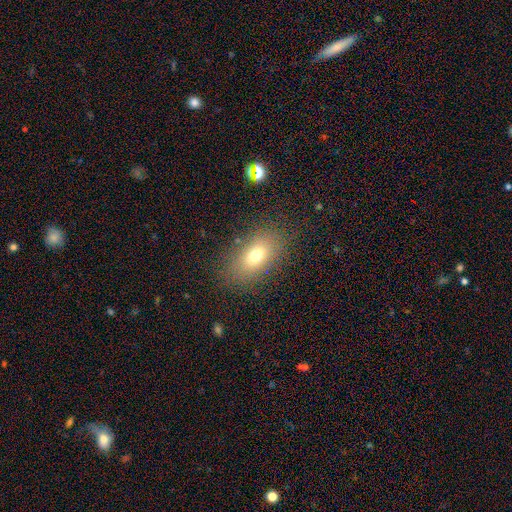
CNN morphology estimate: type=smooth (73%); roundness=in between (86%); merging=none (83%).